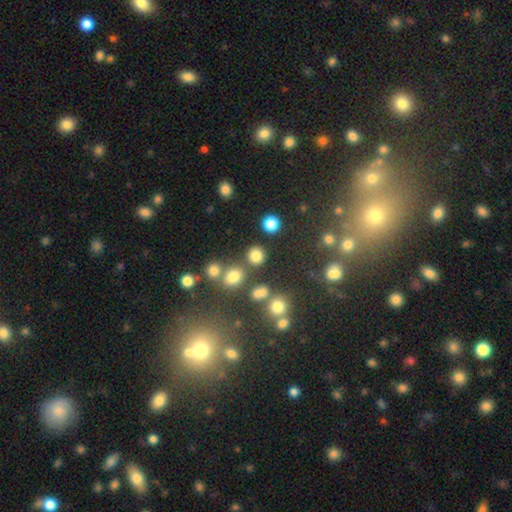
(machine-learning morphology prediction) type=smooth (78%); roundness=round (87%); merging=none (77%).